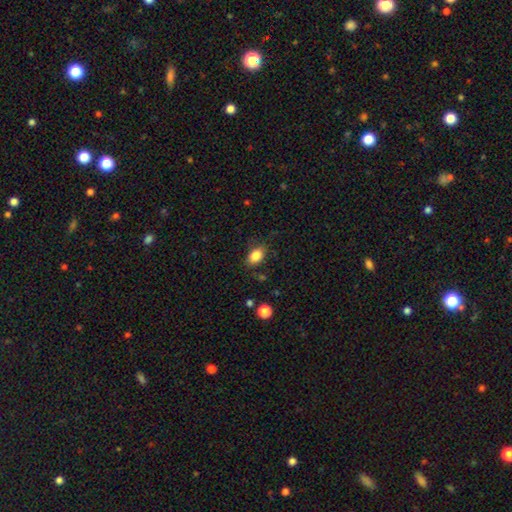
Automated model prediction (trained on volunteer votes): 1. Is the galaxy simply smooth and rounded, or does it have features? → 85% smooth, 9% star or artifact, 6% featured or disk.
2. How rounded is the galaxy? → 86% in between, 13% round, 2% cigar-shaped.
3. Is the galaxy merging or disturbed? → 80% none, 14% minor disturbance, 4% major disturbance, 2% merger.